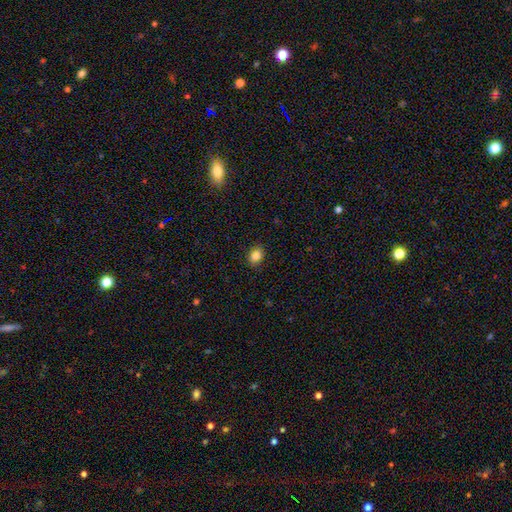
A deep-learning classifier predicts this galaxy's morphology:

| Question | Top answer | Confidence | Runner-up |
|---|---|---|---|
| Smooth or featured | smooth | 85% | star or artifact (10%) |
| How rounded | in between | 60% | round (39%) |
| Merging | none | 89% | minor disturbance (8%) |